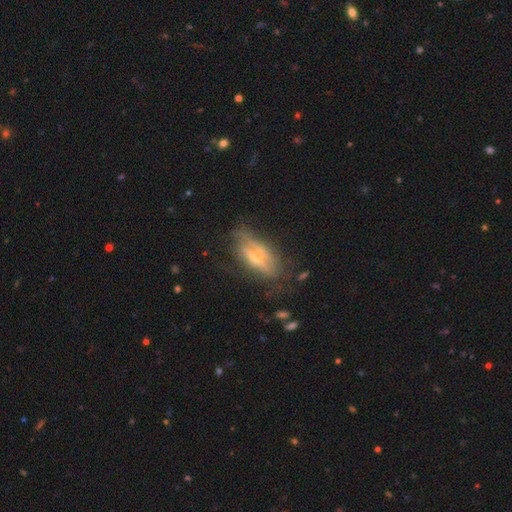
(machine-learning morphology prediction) Smooth or featured: featured or disk — 66% (smooth — 25%)
Edge-on disk: yes — 64% (no — 36%)
Merging: none — 61% (minor disturbance — 23%)